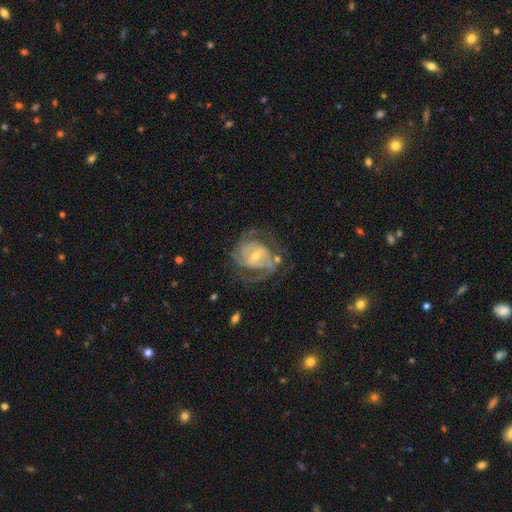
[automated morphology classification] Smooth or featured? featured or disk (85%)
Edge-on disk? no (98%)
Bar? no (44%)
Spiral arms? yes (93%)
Spiral winding? medium (44%)
Spiral arm count? 2 (56%)
Bulge size? small (53%)
Merging? none (65%)